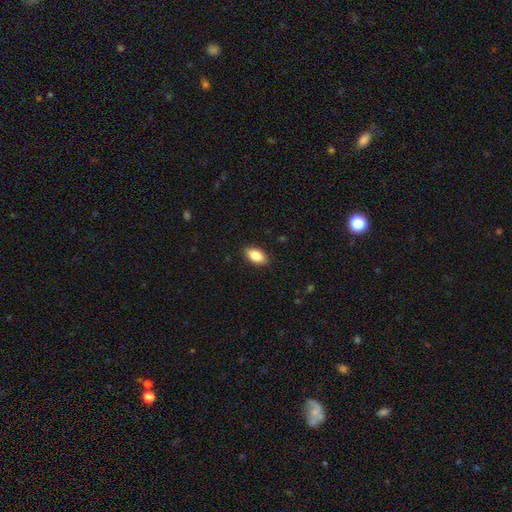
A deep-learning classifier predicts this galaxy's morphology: A smooth galaxy with no disk features (84%) that is in between round and cigar-shaped (91%). Merging: none (88%).